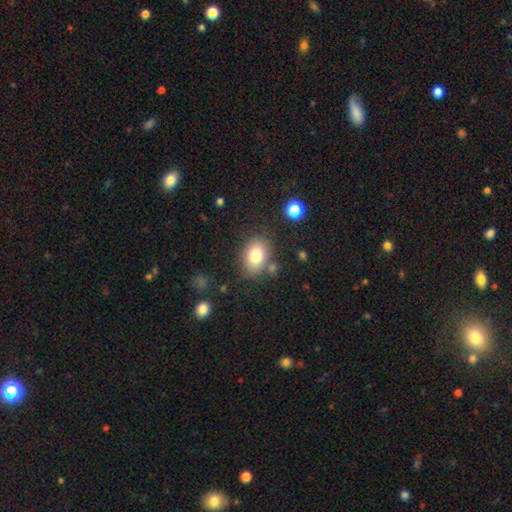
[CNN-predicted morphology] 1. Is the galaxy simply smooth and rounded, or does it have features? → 80% smooth, 11% featured or disk, 9% star or artifact.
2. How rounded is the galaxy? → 76% in between, 22% round, 1% cigar-shaped.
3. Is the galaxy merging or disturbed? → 76% none, 14% minor disturbance, 6% merger, 4% major disturbance.